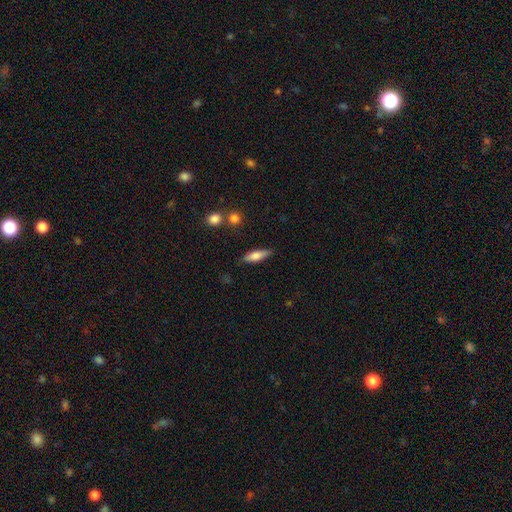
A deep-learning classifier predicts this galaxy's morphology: type=smooth (70%); roundness=cigar-shaped (52%); merging=none (81%).